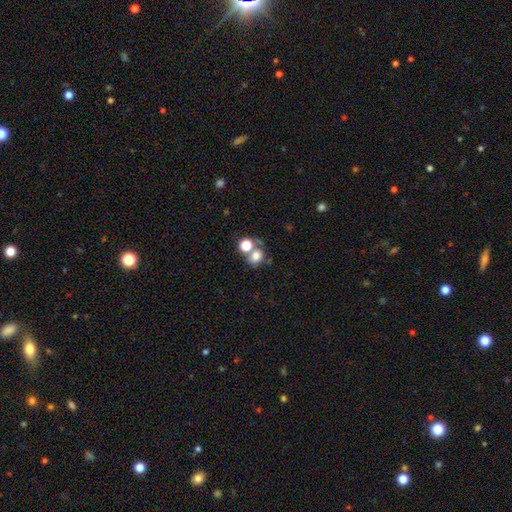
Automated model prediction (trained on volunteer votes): smooth_or_featured: smooth (p=0.74) [alt: star or artifact p=0.14]
how_rounded: round (p=0.60) [alt: in between p=0.39]
merging: merger (p=0.42) [tied with: none p=0.42]